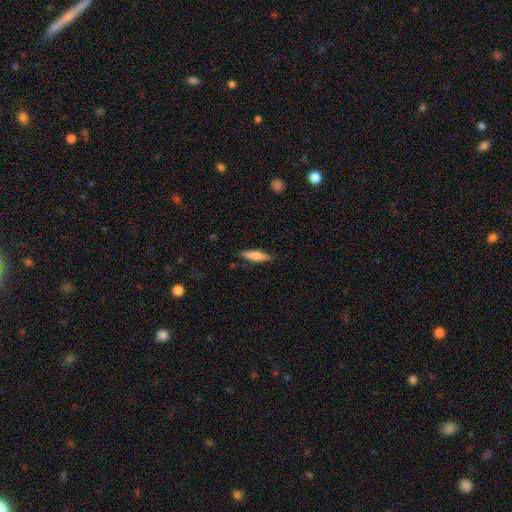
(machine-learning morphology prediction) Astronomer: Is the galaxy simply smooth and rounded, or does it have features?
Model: smooth — 72%.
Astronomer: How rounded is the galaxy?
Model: cigar-shaped — 72%.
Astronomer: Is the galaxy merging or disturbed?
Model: none — 87%.